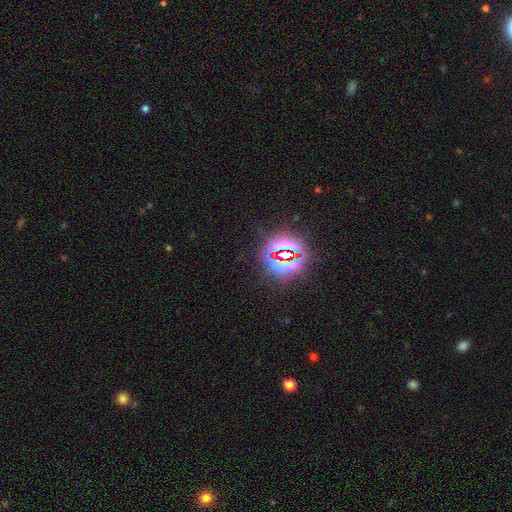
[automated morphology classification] The model was most divided on "smooth or featured": star or artifact: 82%, smooth: 11%, featured or disk: 7%.